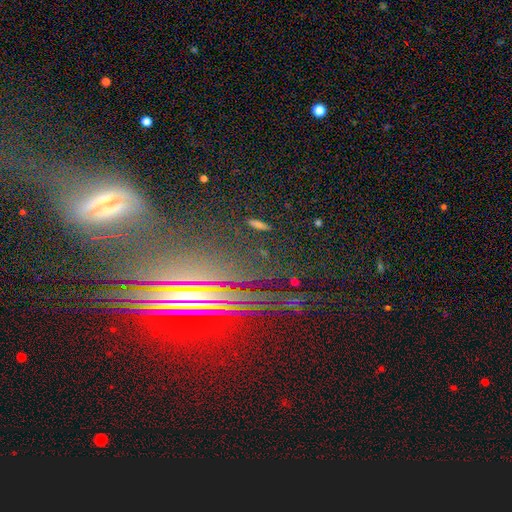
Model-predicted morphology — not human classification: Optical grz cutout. It shows a star or artifact, not a galaxy (50%).